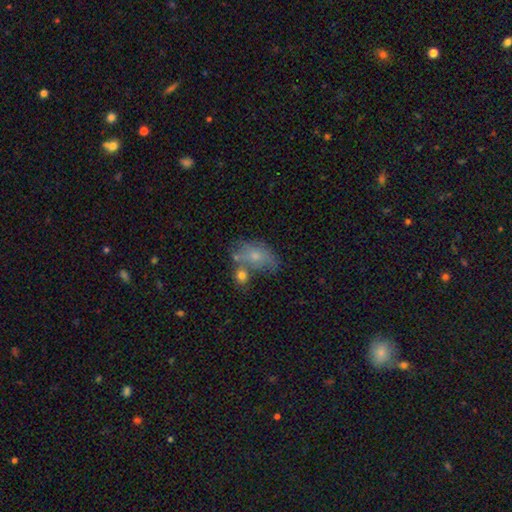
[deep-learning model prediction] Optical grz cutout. It shows a smooth galaxy with no disk features (53%) that is in between round and cigar-shaped (80%). Merging: none (33%).